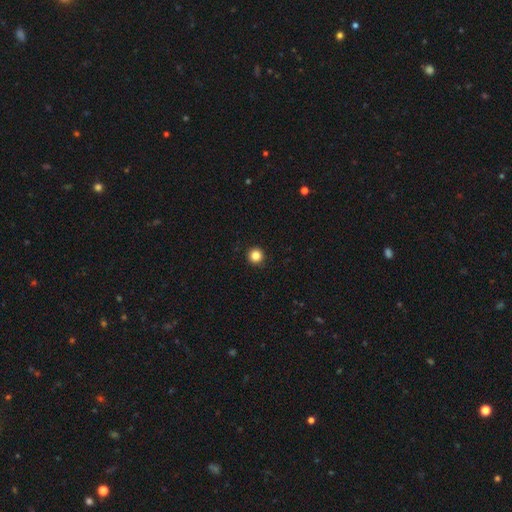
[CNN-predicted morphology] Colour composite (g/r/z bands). It shows a smooth galaxy with no disk features (84%) that is round (96%). Merging: none (93%).